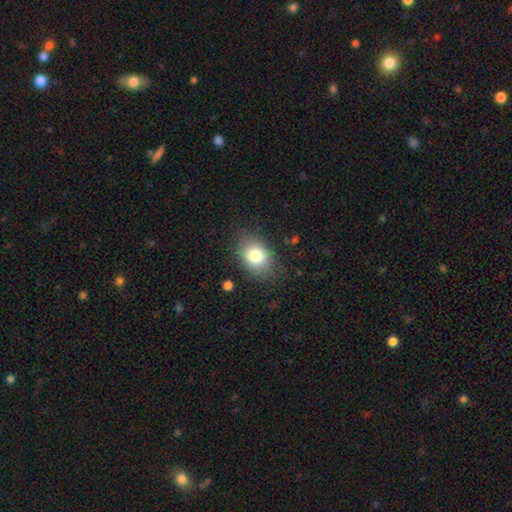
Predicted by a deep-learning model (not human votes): Morphology: type=smooth (81%); roundness=in between (74%); merging=none (80%).